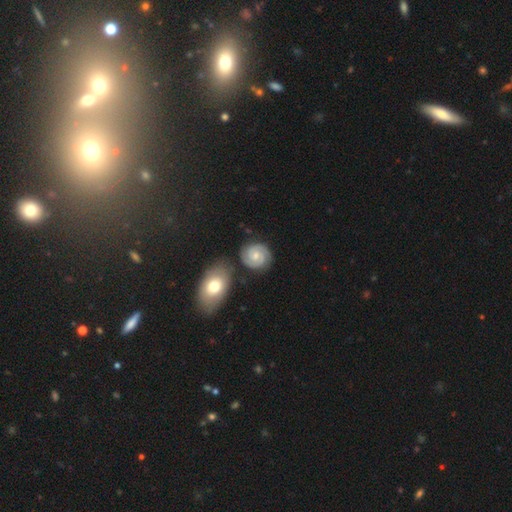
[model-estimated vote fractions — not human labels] Smooth or featured: featured or disk — 81% (smooth — 14%)
Edge-on disk: no — 98% (yes — 2%)
Bar: no — 64% (weak — 30%)
Spiral arms: yes — 97% (no — 3%)
Spiral winding: tight — 70% (medium — 25%)
Spiral arm count: 2 — 88% (can't tell — 5%)
Bulge size: small — 49% (moderate — 43%)
Merging: none — 79% (minor disturbance — 11%)